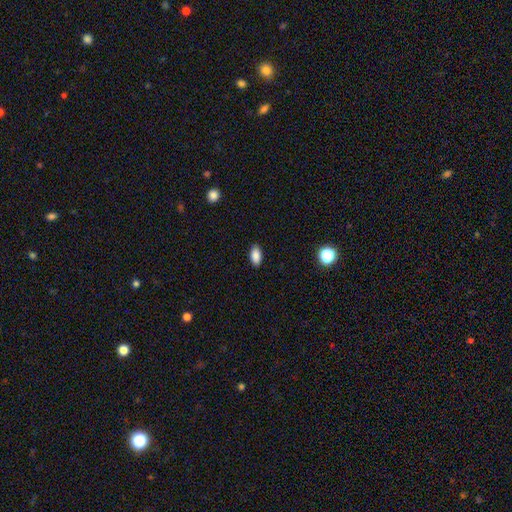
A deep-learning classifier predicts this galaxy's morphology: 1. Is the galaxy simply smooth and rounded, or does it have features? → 88% smooth, 8% star or artifact, 4% featured or disk.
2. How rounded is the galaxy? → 92% in between, 4% cigar-shaped, 4% round.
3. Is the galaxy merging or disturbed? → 88% none, 9% minor disturbance, 2% major disturbance, 1% merger.